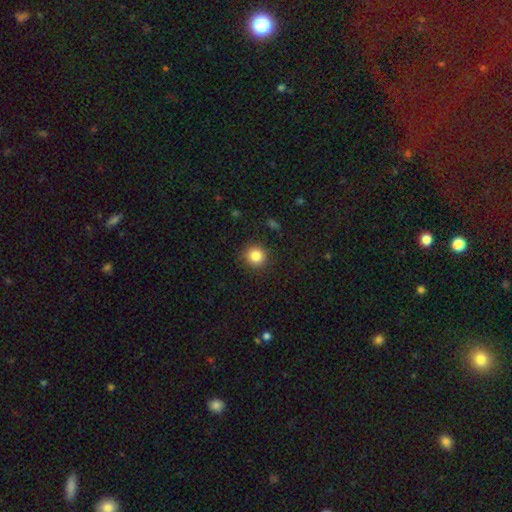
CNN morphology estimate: A smooth galaxy with no disk features (84%) that is round (91%). Merging: none (89%).